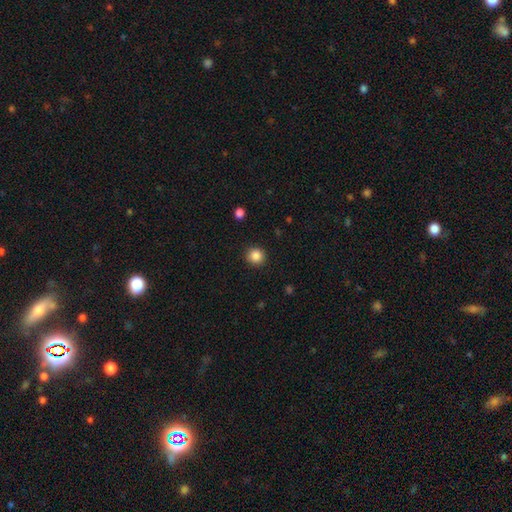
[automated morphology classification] Overall: smooth (86%). How rounded: round (92%). Merging: none (91%).